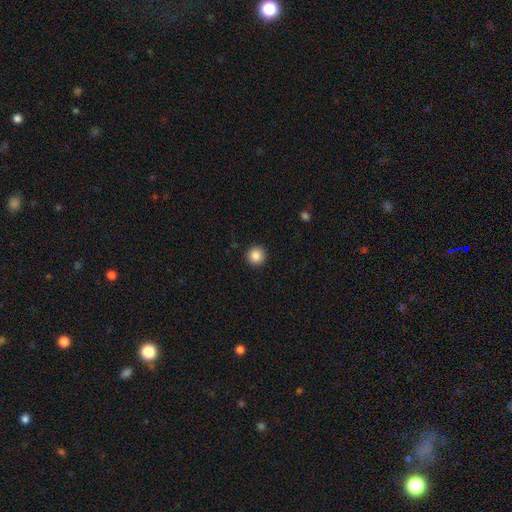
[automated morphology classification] This is clearly a smooth galaxy (86%). How rounded: clearly round (95%). Merging: clearly none (93%).